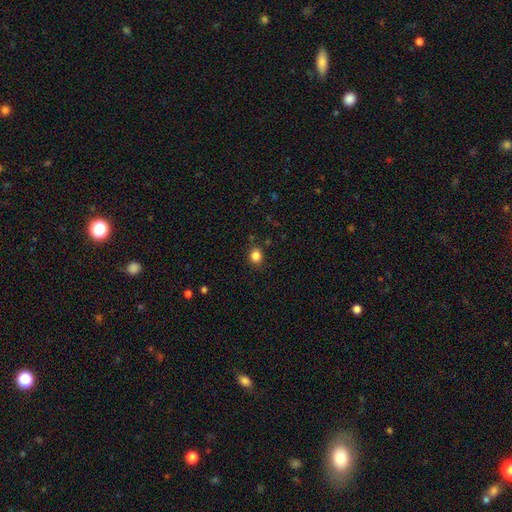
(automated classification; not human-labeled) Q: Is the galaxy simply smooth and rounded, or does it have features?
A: smooth — 84%.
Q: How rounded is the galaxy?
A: round — 67%.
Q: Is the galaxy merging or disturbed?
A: none — 86%.